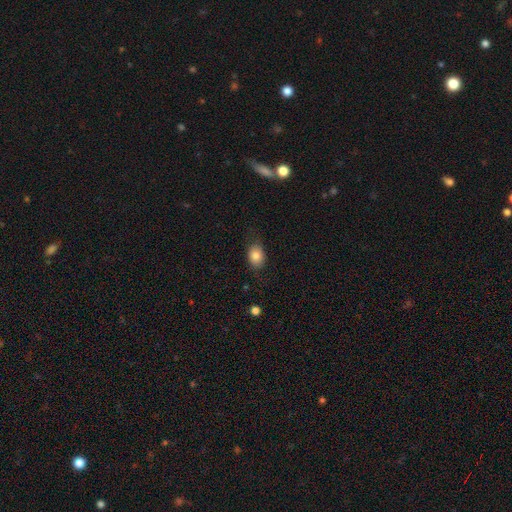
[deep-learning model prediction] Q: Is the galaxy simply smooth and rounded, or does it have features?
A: smooth — 83%.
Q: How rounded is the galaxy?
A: in between — 71%.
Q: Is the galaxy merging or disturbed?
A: none — 74%.